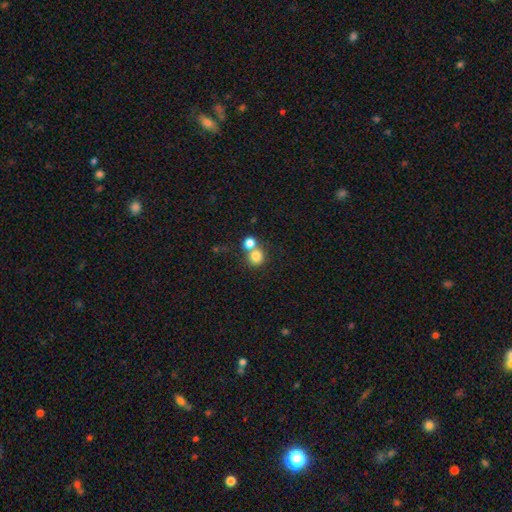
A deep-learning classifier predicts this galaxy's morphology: smooth-or-featured: smooth: 80% | star or artifact: 11% | featured or disk: 9%
  how-rounded: round: 88% | in between: 11% | cigar-shaped: 1%
  merging: none: 48% | merger: 42% | minor disturbance: 6% | major disturbance: 3%